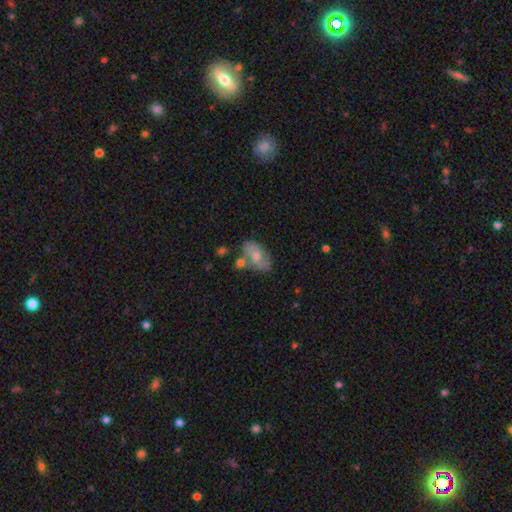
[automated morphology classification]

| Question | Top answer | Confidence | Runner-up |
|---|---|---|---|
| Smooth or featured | smooth | 50% | featured or disk (42%) |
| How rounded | in between | 89% | round (8%) |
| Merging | none | 53% | minor disturbance (22%) |